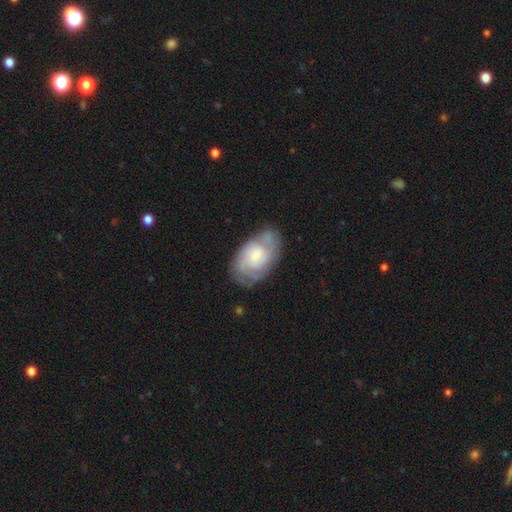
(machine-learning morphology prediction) smooth_or_featured: featured or disk (p=0.60) [alt: smooth p=0.33]
disk_edge_on: no (p=0.96) [alt: yes p=0.04]
bar: no (p=0.70) [alt: weak p=0.26]
has_spiral_arms: yes (p=0.84) [alt: no p=0.16]
bulge_size: small (p=0.36) [alt: moderate p=0.35]
merging: none (p=0.66) [alt: minor disturbance p=0.23]